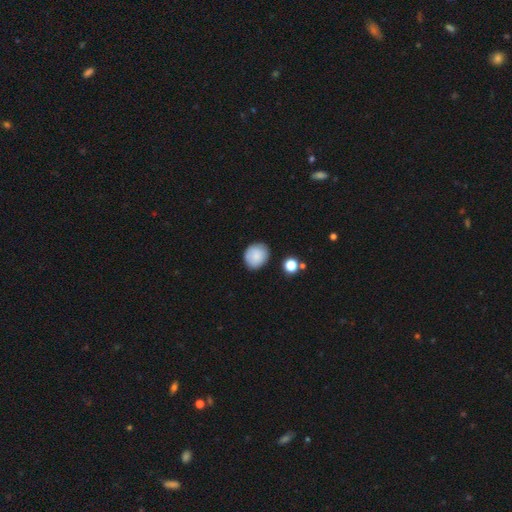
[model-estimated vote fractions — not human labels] Smooth or featured? Predicted: smooth (p=0.85). How rounded? Predicted: round (p=0.76). Merging? Predicted: none (p=0.82).